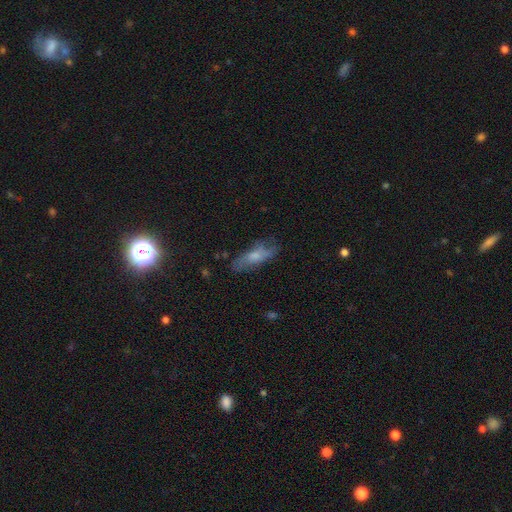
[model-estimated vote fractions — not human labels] Smooth or featured?
  - smooth: 55% *
  - featured or disk: 36%
  - star or artifact: 8%
How rounded?
  - in between: 56% *
  - cigar-shaped: 41%
  - round: 3%
Merging?
  - none: 63% *
  - minor disturbance: 25%
  - major disturbance: 10%
  - merger: 2%